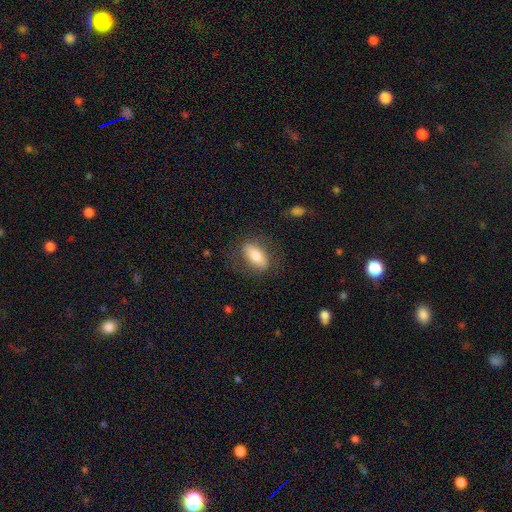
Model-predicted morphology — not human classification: Overall: smooth (68%). How rounded: in between (82%). Merging: none (77%).